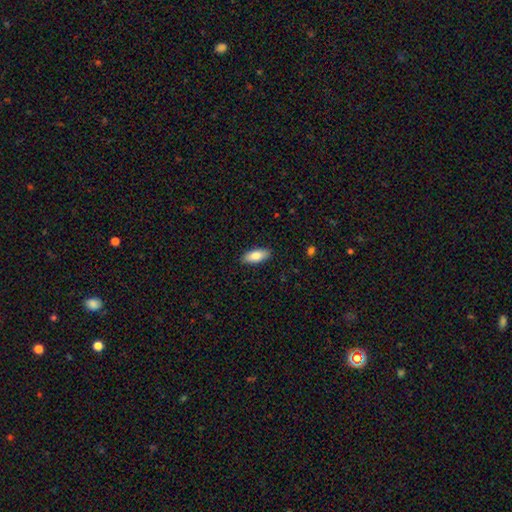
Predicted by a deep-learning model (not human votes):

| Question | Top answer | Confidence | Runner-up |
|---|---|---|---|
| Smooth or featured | smooth | 83% | featured or disk (11%) |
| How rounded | in between | 82% | cigar-shaped (16%) |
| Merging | none | 89% | minor disturbance (9%) |